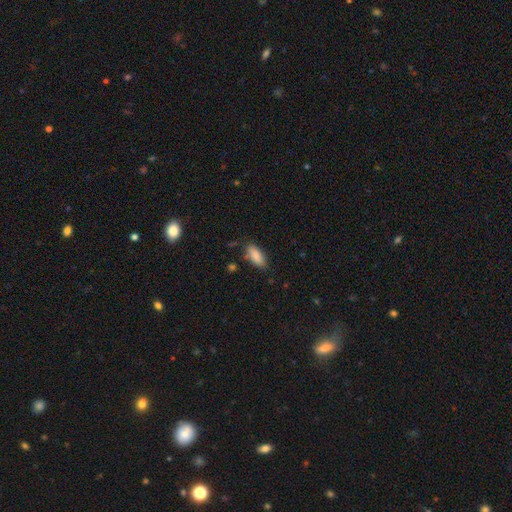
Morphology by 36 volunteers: A smooth galaxy with no disk features (81%) that is in between round and cigar-shaped (83%). Merging: none (83%).